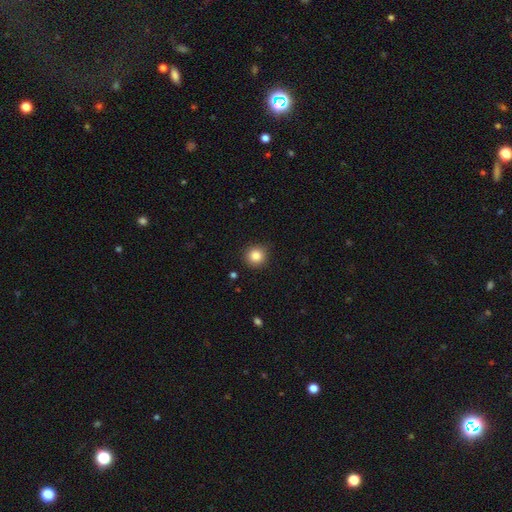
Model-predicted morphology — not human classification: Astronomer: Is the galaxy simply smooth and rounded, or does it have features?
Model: smooth — 85%.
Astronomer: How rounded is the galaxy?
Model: round — 93%.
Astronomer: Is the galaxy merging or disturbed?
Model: none — 89%.